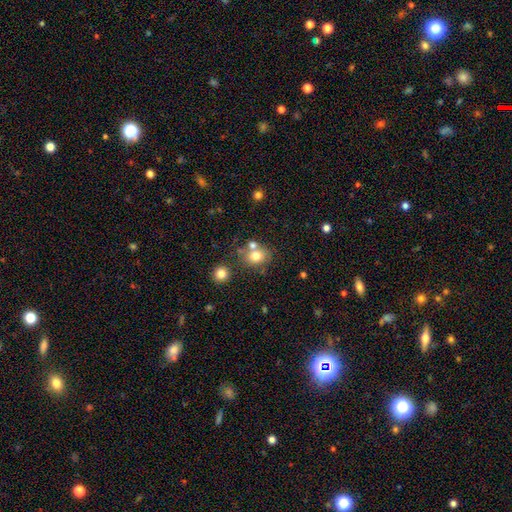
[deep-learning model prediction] The model was most divided on "how rounded": round: 52%, in between: 47%, cigar-shaped: 1%. More confident: smooth or featured — smooth (75%); merging — none (59%).